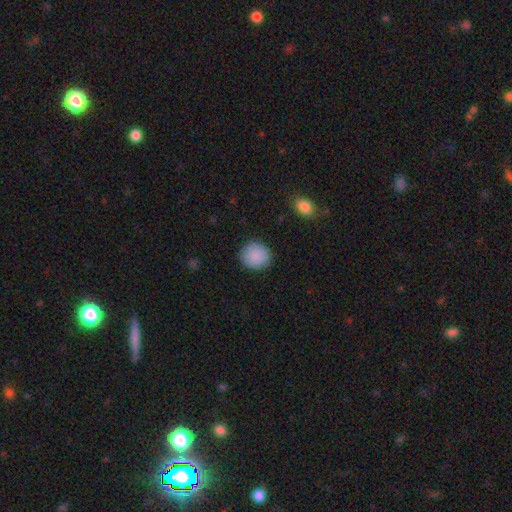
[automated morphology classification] A smooth galaxy with no disk features (89%) that is round (88%). Merging: none (88%).